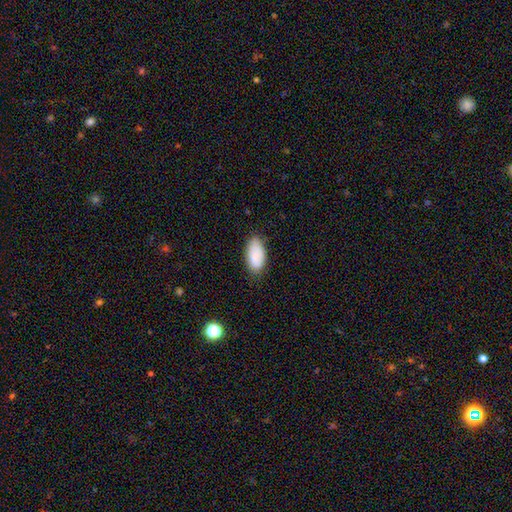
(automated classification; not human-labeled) Overall: smooth (87%). How rounded: in between (94%). Merging: none (77%).